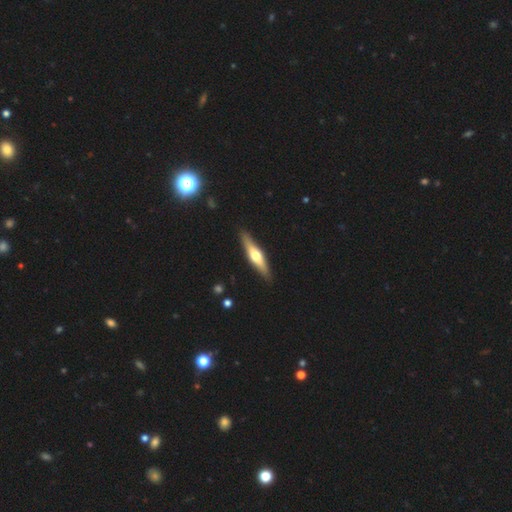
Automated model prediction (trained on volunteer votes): smooth_or_featured: featured or disk (p=0.61) [alt: smooth p=0.35]
disk_edge_on: yes (p=0.94) [alt: no p=0.06]
edge_on_bulge: rounded (p=0.93) [alt: boxy p=0.04]
merging: none (p=0.89) [alt: minor disturbance p=0.08]